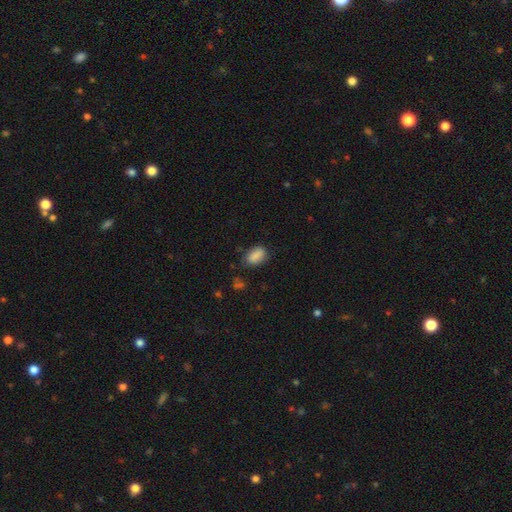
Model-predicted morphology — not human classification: Q: Smooth or featured?
A: smooth (87%); runner-up: star or artifact (8%)
Q: How rounded?
A: in between (89%); runner-up: round (9%)
Q: Merging?
A: none (71%); runner-up: minor disturbance (21%)